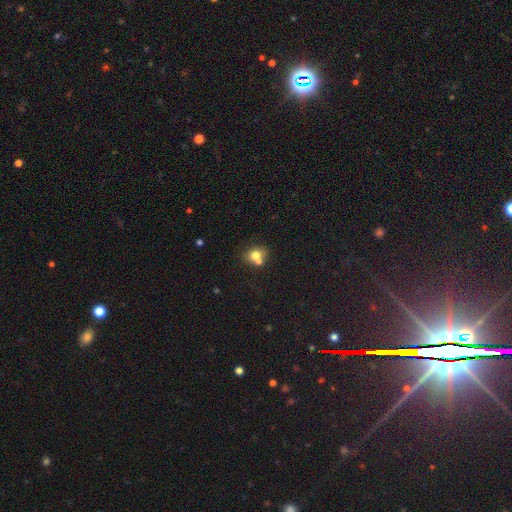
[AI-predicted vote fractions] Q: Smooth or featured?
A: smooth (74%); runner-up: featured or disk (14%)
Q: How rounded?
A: round (67%); runner-up: in between (32%)
Q: Merging?
A: none (46%); runner-up: merger (40%)